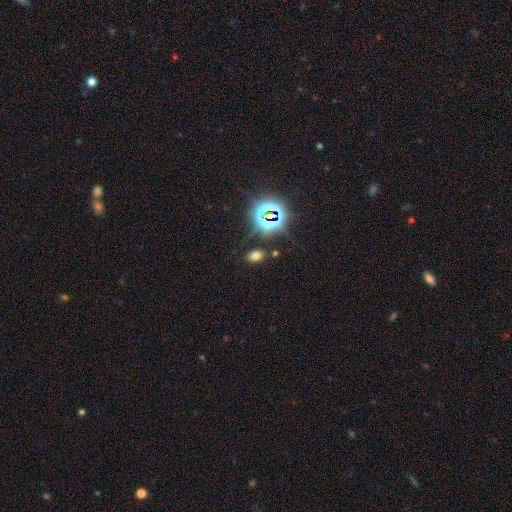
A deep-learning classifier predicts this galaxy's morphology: The model was most divided on "smooth or featured": smooth: 58%, star or artifact: 33%, featured or disk: 8%. More confident: merging — none (84%); how rounded — in between (82%).